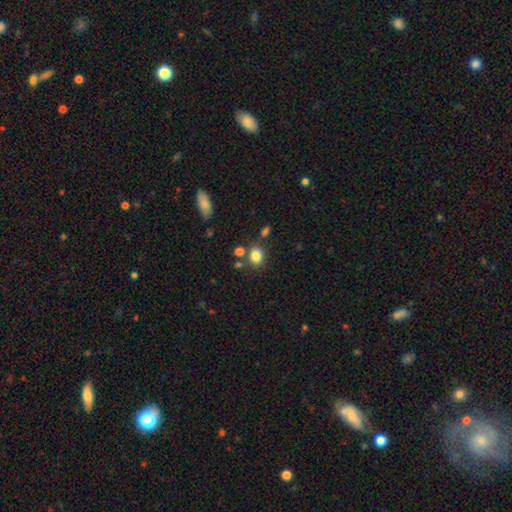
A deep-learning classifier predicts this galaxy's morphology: Smooth or featured? smooth (83%)
How rounded? round (54%)
Merging? none (72%)